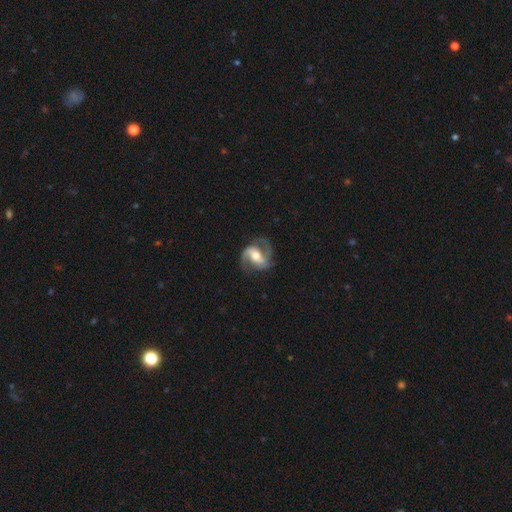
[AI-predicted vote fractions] A featured or disk galaxy (88%) with a weak bar (40%), 2 (82%) medium (56%) spiral arms (97%) and a moderate central bulge (69%).

Vote fractions:
- Smooth or featured? featured or disk: 88% / smooth: 7% / star or artifact: 5%
- Edge-on disk? no: 98% / yes: 2%
- Bar? weak: 40% / strong: 33% / no: 27%
- Spiral arms? yes: 97% / no: 3%
- Spiral winding? medium: 56% / loose: 24% / tight: 20%
- Spiral arm count? 2: 82% / 3: 10% / can't tell: 3% / 1: 2% / 4: 2% / more than 4: 2%
- Bulge size? moderate: 69% / small: 16% / large: 13% / none: 2% / dominant: 1%
- Merging? none: 74% / minor disturbance: 15% / major disturbance: 9% / merger: 1%